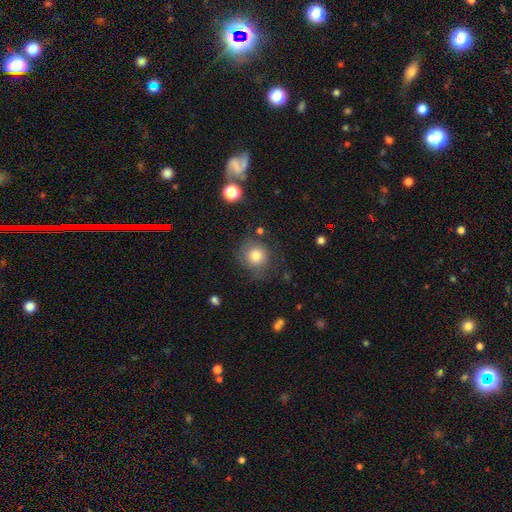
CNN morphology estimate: Overall: smooth (79%). How rounded: round (89%). Merging: none (70%).